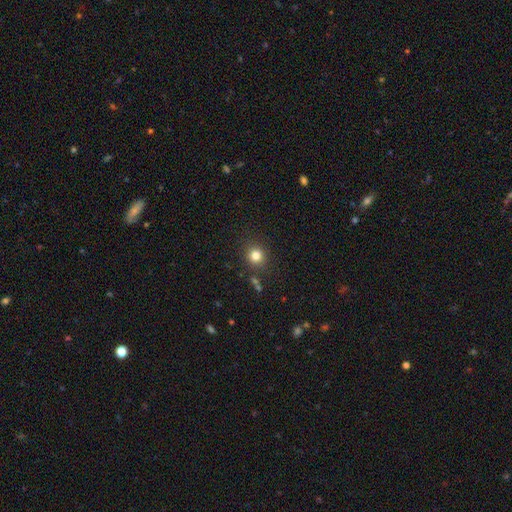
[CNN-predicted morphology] Q: Smooth or featured?
A: smooth (81%); runner-up: star or artifact (13%)
Q: How rounded?
A: round (88%); runner-up: in between (11%)
Q: Merging?
A: none (86%); runner-up: minor disturbance (8%)